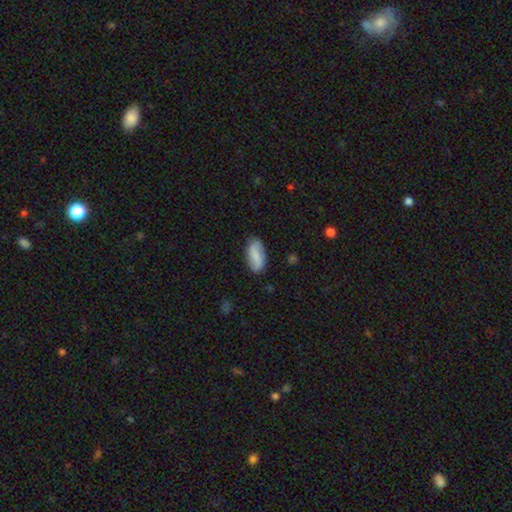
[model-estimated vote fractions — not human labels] Smooth or featured: smooth — 69% (featured or disk — 24%)
How rounded: in between — 90% (cigar-shaped — 7%)
Merging: none — 82% (minor disturbance — 14%)